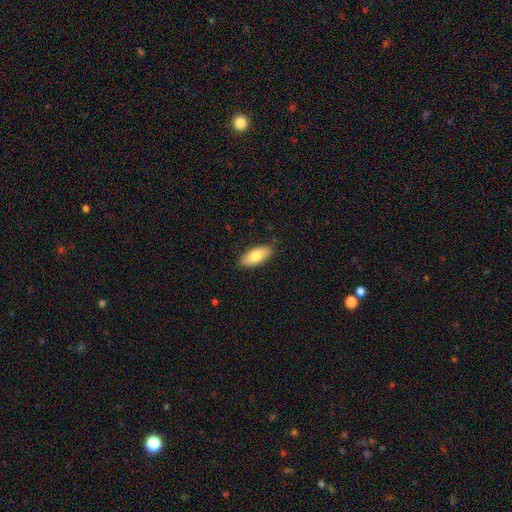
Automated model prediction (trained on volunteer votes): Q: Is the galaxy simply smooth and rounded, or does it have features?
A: smooth — 78%.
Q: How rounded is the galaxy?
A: in between — 86%.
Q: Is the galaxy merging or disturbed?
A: none — 88%.